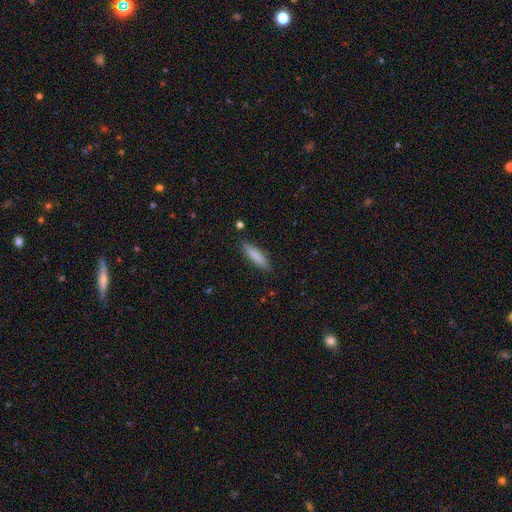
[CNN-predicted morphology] Smooth or featured? smooth (84%)
How rounded? cigar-shaped (74%)
Merging? none (87%)